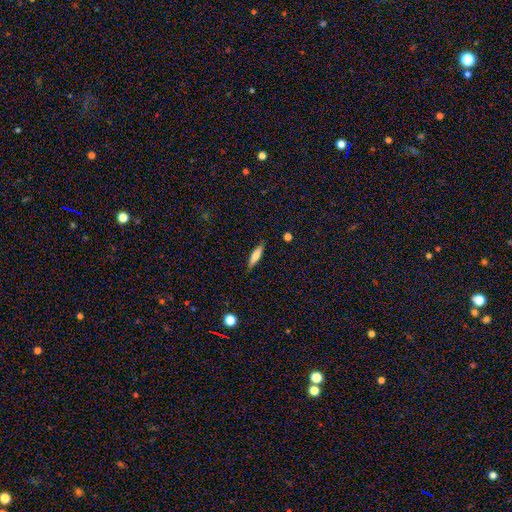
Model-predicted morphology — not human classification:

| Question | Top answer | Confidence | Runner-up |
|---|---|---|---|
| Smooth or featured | smooth | 69% | featured or disk (24%) |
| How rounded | cigar-shaped | 72% | in between (27%) |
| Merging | none | 87% | minor disturbance (10%) |